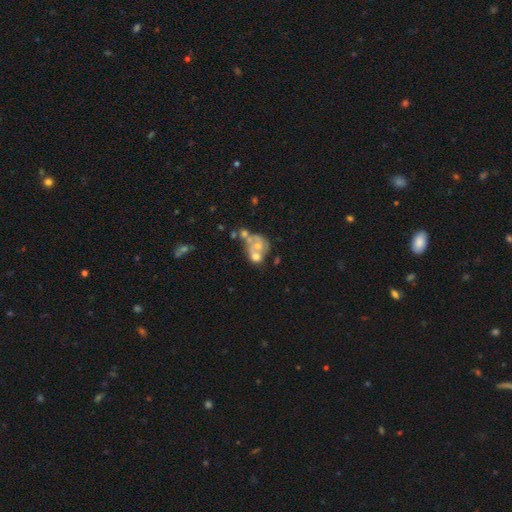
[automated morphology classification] The model was most divided on "bulge size": none: 35%, moderate: 31%, small: 28%, large: 4%, dominant: 2%. Remaining: edge-on disk — no (97%); bar — no (90%); spiral arms — no (80%); smooth or featured — featured or disk (52%); merging — merger (42%).